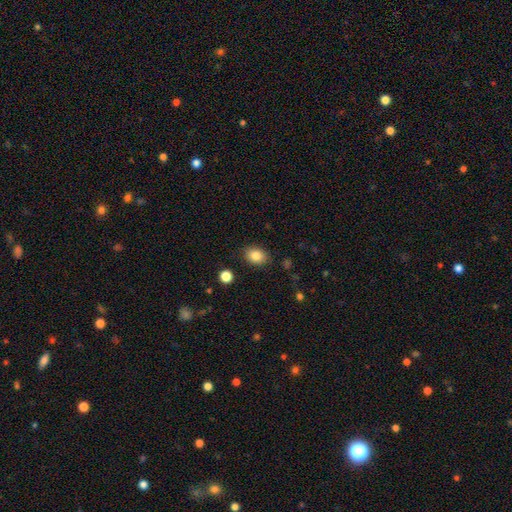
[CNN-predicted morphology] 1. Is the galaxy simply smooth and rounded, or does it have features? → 85% smooth, 9% star or artifact, 7% featured or disk.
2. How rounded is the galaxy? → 65% in between, 34% round, 1% cigar-shaped.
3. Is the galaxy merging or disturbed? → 87% none, 9% minor disturbance, 2% major disturbance, 2% merger.